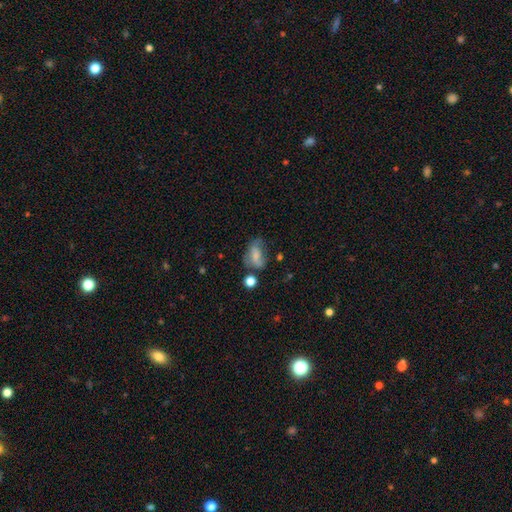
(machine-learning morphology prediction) smooth_or_featured: smooth (p=0.62) [alt: featured or disk p=0.28]
how_rounded: in between (p=0.82) [alt: round p=0.15]
merging: none (p=0.41) [alt: minor disturbance p=0.30]